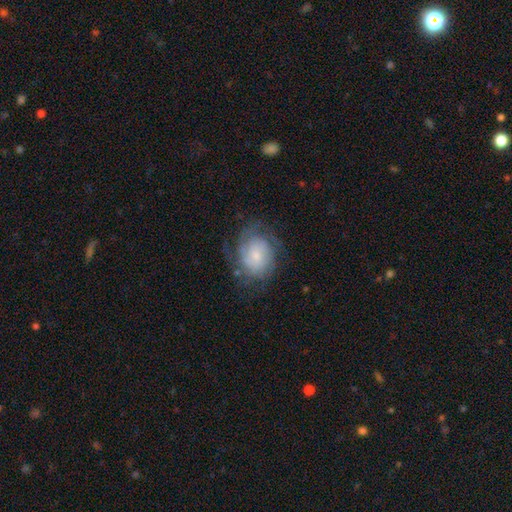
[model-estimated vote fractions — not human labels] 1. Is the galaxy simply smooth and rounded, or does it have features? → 68% featured or disk, 24% smooth, 8% star or artifact.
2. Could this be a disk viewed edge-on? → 97% no, 3% yes.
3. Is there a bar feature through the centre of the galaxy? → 70% no, 27% weak, 4% strong.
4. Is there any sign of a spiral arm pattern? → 89% yes, 11% no.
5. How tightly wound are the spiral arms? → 58% tight, 31% medium, 11% loose.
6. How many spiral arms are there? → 43% can't tell, 24% 2, 15% 3, 7% 4, 6% 1, 5% more than 4.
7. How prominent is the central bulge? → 56% small, 28% moderate, 8% none, 6% large, 2% dominant.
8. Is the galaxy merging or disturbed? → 64% none, 21% minor disturbance, 14% major disturbance, 1% merger.